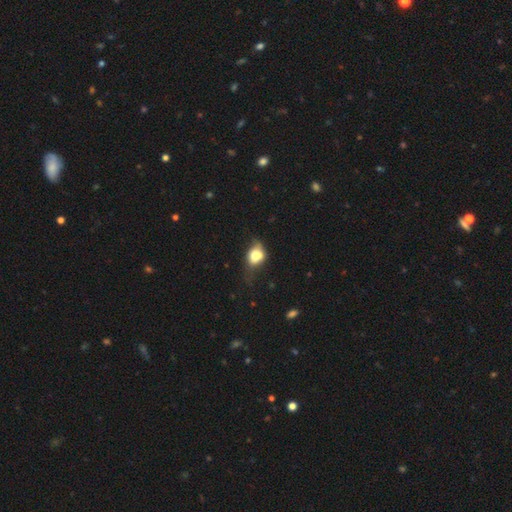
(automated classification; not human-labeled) Smooth or featured?
  - smooth: 71% *
  - featured or disk: 19%
  - star or artifact: 10%
How rounded?
  - in between: 62% *
  - round: 36%
  - cigar-shaped: 2%
Merging?
  - minor disturbance: 36% *
  - none: 30%
  - major disturbance: 24%
  - merger: 9%